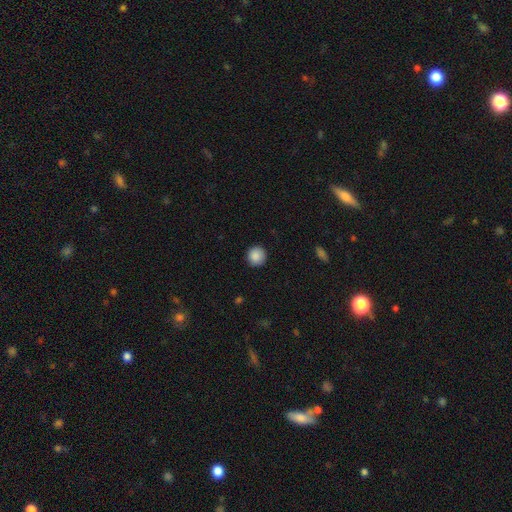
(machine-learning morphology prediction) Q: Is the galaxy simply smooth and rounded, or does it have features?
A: smooth — 89%.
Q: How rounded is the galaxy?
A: round — 92%.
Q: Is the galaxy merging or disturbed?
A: none — 90%.